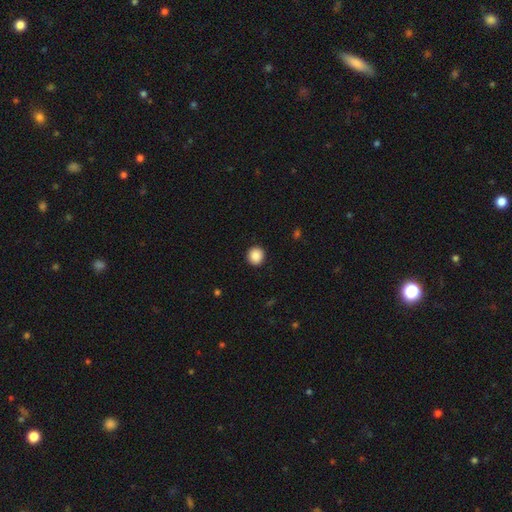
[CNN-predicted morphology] The model was most divided on "smooth or featured": smooth: 88%, star or artifact: 9%, featured or disk: 3%. More confident: merging — none (92%); how rounded — round (91%).